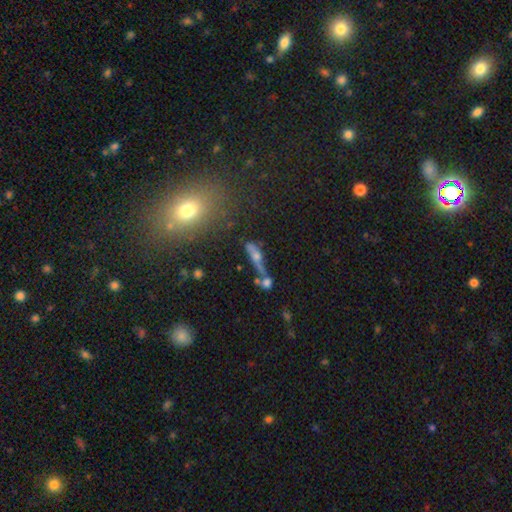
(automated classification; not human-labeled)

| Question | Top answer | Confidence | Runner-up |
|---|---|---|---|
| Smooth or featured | featured or disk | 47% | smooth (36%) |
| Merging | none | 46% | merger (24%) |